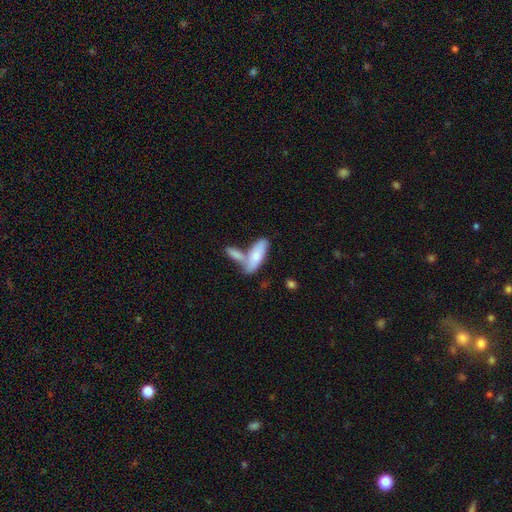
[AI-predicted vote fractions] Q: Smooth or featured?
A: smooth (73%); runner-up: featured or disk (21%)
Q: How rounded?
A: in between (62%); runner-up: cigar-shaped (36%)
Q: Merging?
A: merger (48%); runner-up: none (36%)